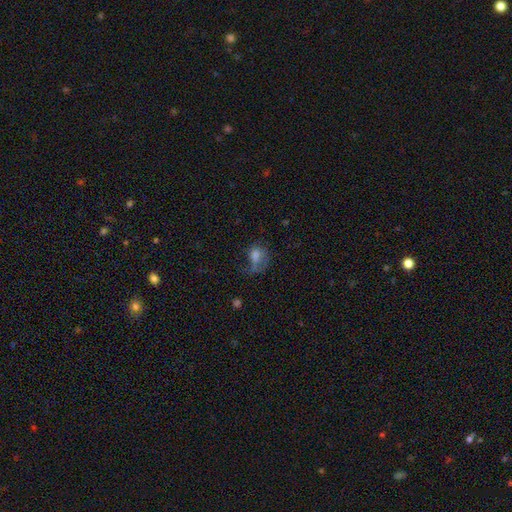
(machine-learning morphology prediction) This is possibly a smooth galaxy (55%). How rounded: likely in between (64%). Merging: possibly major disturbance (46%).